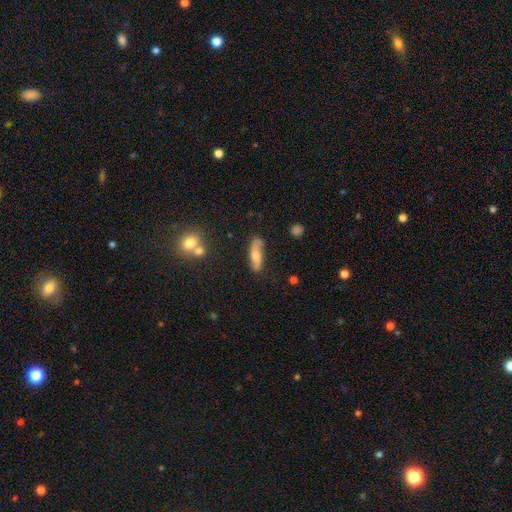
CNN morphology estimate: Smooth or featured?
  - smooth: 46% * (tied)
  - featured or disk: 46% * (tied)
  - star or artifact: 8%
Merging?
  - none: 67% *
  - minor disturbance: 22%
  - major disturbance: 7%
  - merger: 5%